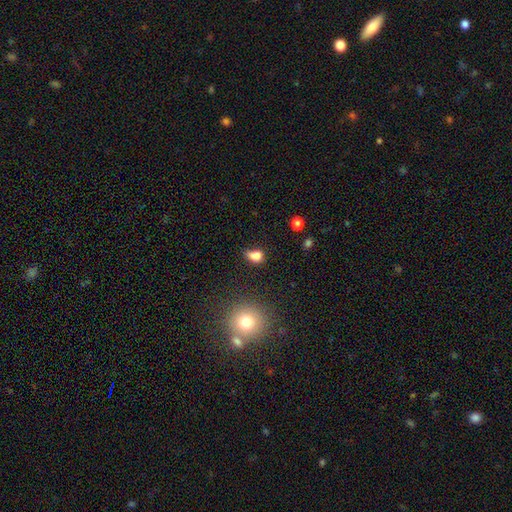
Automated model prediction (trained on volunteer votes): Morphology: type=smooth (78%); roundness=in between (64%); merging=none (41%).